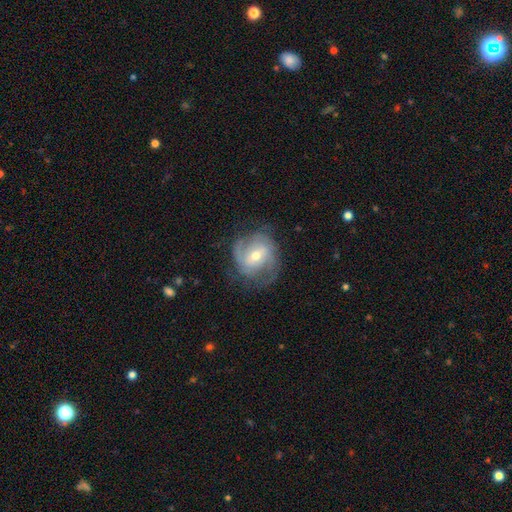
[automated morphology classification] smooth-or-featured: featured or disk: 82% | smooth: 12% | star or artifact: 6%
  disk-edge-on: no: 97% | yes: 3%
    bar: weak: 48% | no: 31% | strong: 21%
    has-spiral-arms: yes: 93% | no: 7%
      spiral-winding: medium: 45% | tight: 37% | loose: 18%
      spiral-arm-count: 2: 55% | can't tell: 18% | 3: 16% | 1: 4% | 4: 4% | more than 4: 3%
    bulge-size: moderate: 55% | small: 41% | large: 2% | none: 1% | dominant: 1%
  merging: none: 68% | minor disturbance: 19% | major disturbance: 11% | merger: 1%